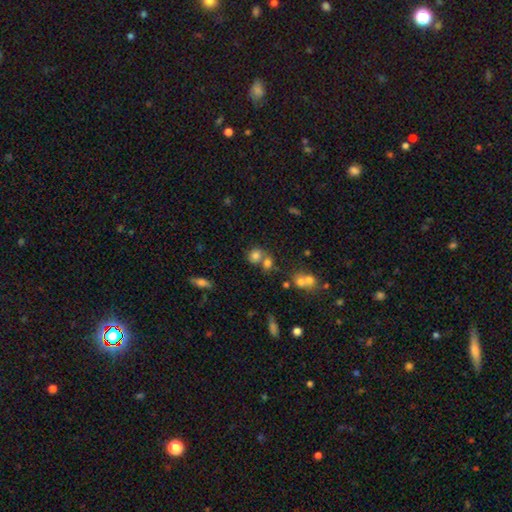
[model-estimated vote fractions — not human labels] The model was most divided on "merging": none: 47%, merger: 39%, minor disturbance: 10%, major disturbance: 4%. More confident: smooth or featured — smooth (75%); how rounded — round (71%).